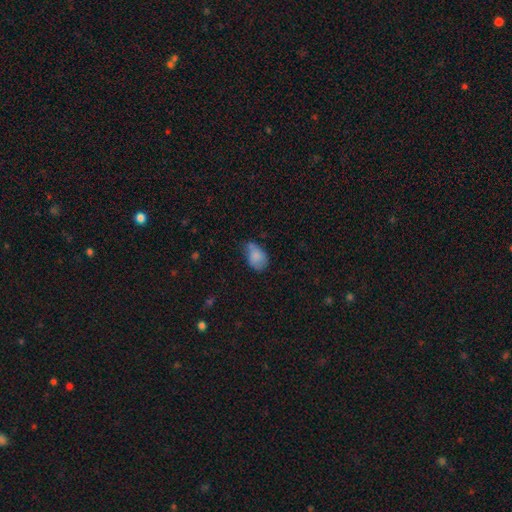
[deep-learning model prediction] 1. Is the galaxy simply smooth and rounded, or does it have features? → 79% smooth, 12% featured or disk, 9% star or artifact.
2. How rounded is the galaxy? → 81% in between, 18% round, 1% cigar-shaped.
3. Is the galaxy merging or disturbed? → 41% none, 40% minor disturbance, 12% major disturbance, 7% merger.